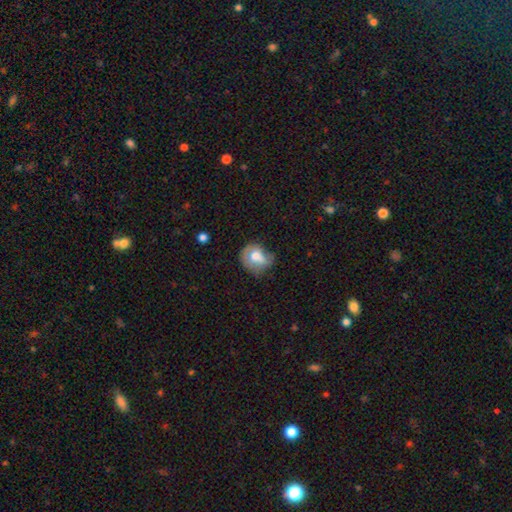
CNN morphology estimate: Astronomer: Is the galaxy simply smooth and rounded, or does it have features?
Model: smooth — 61%.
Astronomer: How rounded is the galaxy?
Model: round — 58% (runner-up: in between, 41%).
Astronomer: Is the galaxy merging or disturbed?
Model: none — 37% (runner-up: minor disturbance, 36%).